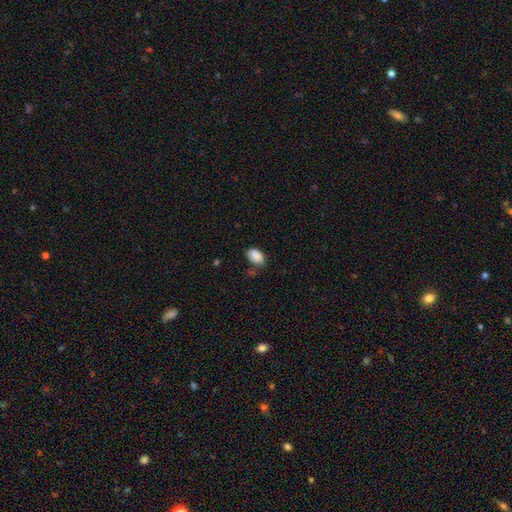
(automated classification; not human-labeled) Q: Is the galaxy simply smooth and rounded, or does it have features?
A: smooth — 89%.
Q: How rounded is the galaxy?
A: in between — 90%.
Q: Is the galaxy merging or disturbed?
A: none — 69%.